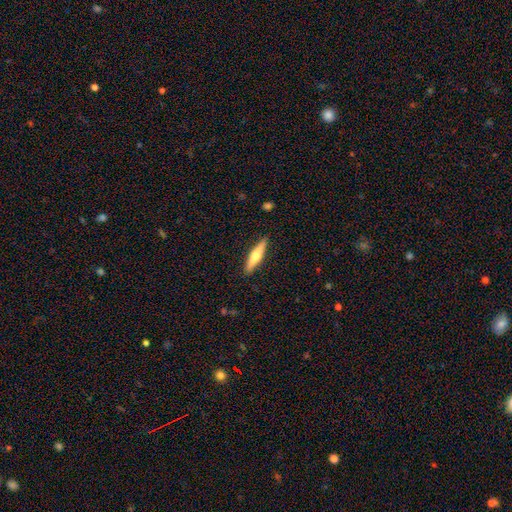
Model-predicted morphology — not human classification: A featured or disk galaxy (52%) viewed edge-on (96%).

Vote fractions:
- Smooth or featured? featured or disk: 52% / smooth: 43% / star or artifact: 5%
- Edge-on disk? yes: 96% / no: 4%
- Merging? none: 90% / minor disturbance: 7% / major disturbance: 2% / merger: 1%